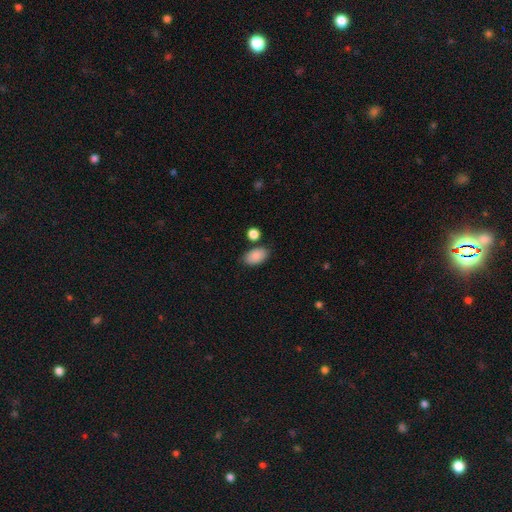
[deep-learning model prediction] Smooth or featured: smooth — 88% (star or artifact — 7%)
How rounded: in between — 93% (round — 6%)
Merging: none — 78% (minor disturbance — 13%)